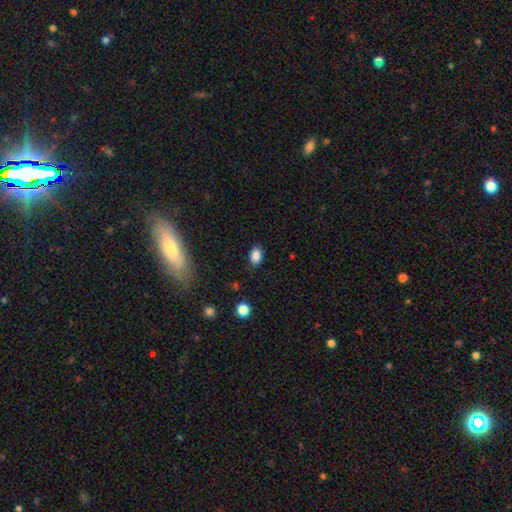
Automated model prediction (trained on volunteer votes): A smooth galaxy with no disk features (86%) that is in between round and cigar-shaped (84%). Merging: none (84%).